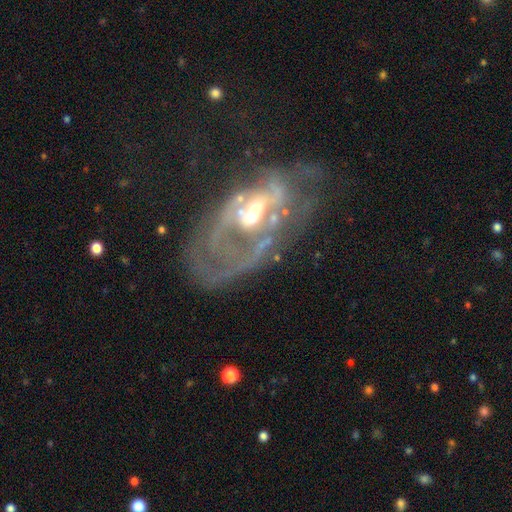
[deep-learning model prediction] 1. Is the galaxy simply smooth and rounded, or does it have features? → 78% featured or disk, 12% smooth, 10% star or artifact.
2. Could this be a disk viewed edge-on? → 92% no, 8% yes.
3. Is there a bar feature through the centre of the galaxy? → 46% no, 35% weak, 19% strong.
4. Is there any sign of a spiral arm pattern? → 61% yes, 39% no.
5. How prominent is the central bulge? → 59% moderate, 26% small, 8% large, 5% none, 2% dominant.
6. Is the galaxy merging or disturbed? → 40% major disturbance, 33% none, 19% minor disturbance, 8% merger.